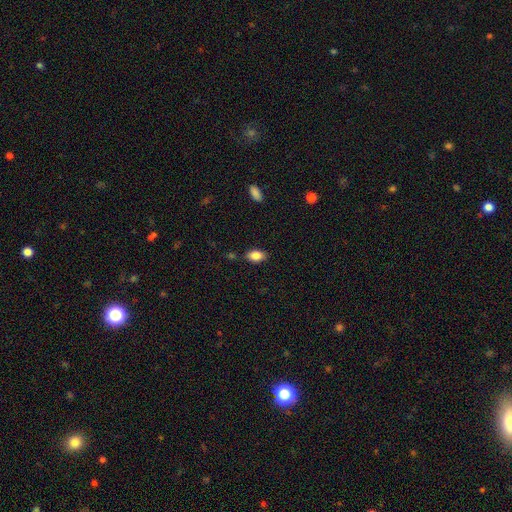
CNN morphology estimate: The model was most divided on "merging": none: 82%, minor disturbance: 12%, merger: 3%, major disturbance: 3%. More confident: how rounded — in between (90%); smooth or featured — smooth (85%).